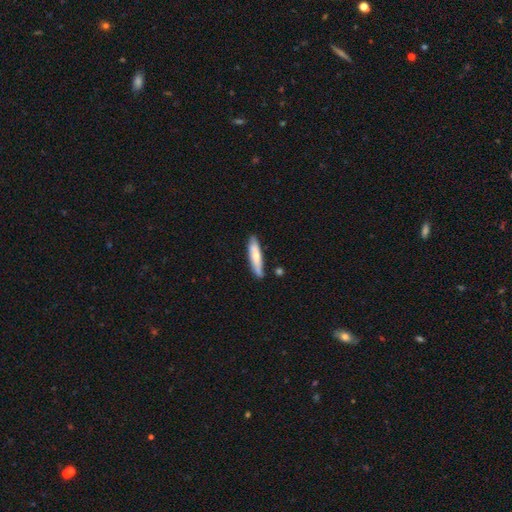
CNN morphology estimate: This is likely a smooth galaxy (64%). How rounded: likely cigar-shaped (80%). Merging: likely none (76%).